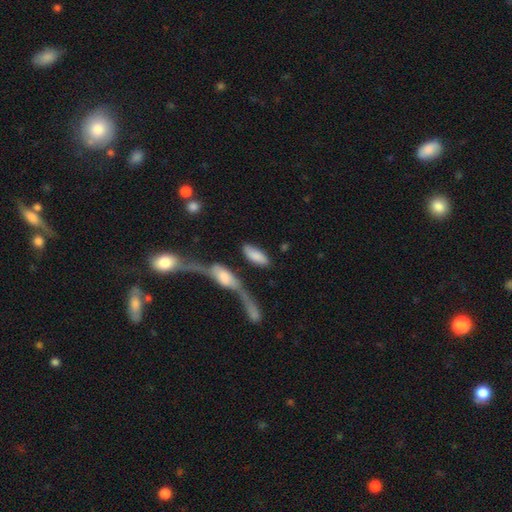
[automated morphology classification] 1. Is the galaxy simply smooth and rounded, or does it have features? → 80% smooth, 14% featured or disk, 6% star or artifact.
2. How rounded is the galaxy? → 80% in between, 18% cigar-shaped, 2% round.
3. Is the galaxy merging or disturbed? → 60% none, 18% merger, 15% minor disturbance, 7% major disturbance.